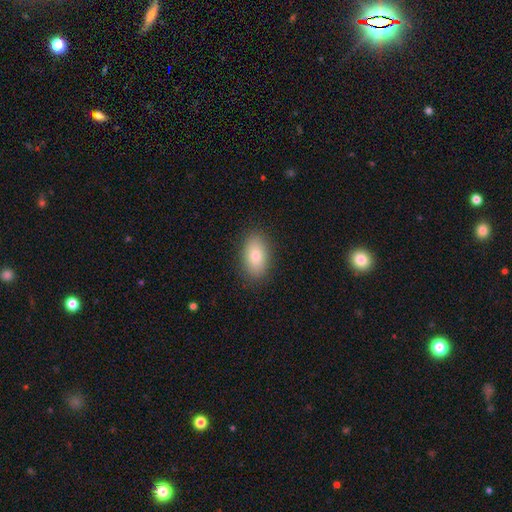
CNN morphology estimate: Smooth or featured? Predicted: smooth (p=0.82). How rounded? Predicted: in between (p=0.92). Merging? Predicted: none (p=0.88).